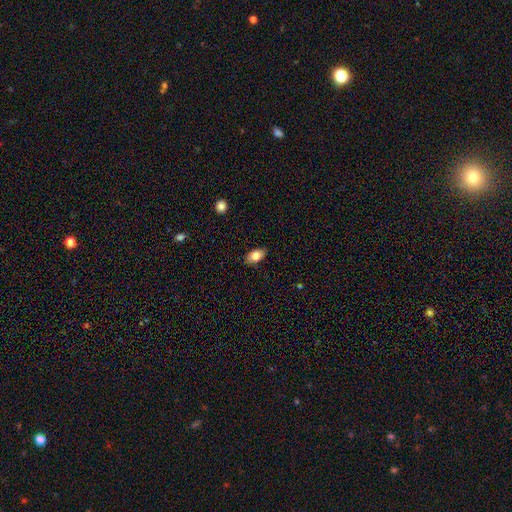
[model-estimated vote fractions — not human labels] smooth_or_featured: smooth (p=0.82) [alt: featured or disk p=0.11]
how_rounded: in between (p=0.90) [alt: round p=0.07]
merging: none (p=0.87) [alt: minor disturbance p=0.10]